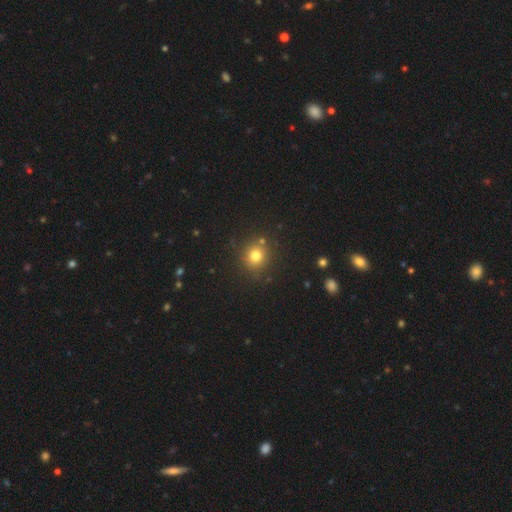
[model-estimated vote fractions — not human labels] smooth 77%, star or artifact 16%, featured or disk 7%. Down the decision tree: how rounded — round (89%); merging — none (83%).